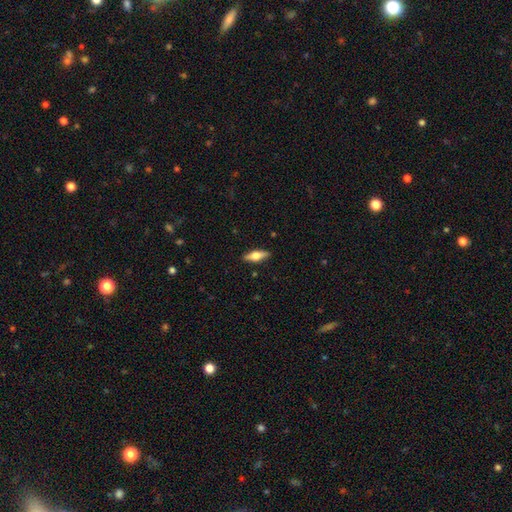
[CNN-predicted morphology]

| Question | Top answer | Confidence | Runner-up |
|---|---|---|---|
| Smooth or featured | featured or disk | 47% | tied: smooth (47%) |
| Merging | none | 89% | minor disturbance (8%) |